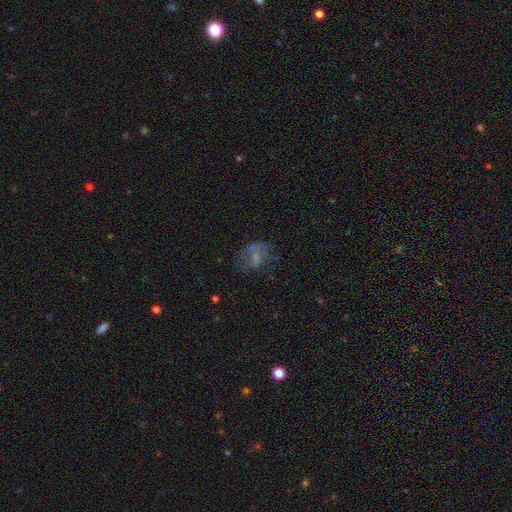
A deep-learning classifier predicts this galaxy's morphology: Q: Smooth or featured?
A: featured or disk (48%); runner-up: smooth (36%)
Q: Merging?
A: none (46%); runner-up: major disturbance (27%)